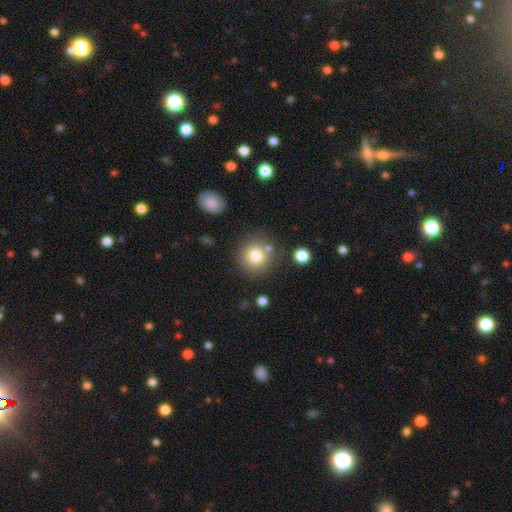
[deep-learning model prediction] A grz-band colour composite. It shows a smooth galaxy with no disk features (78%) that is round (91%). Merging: none (76%).